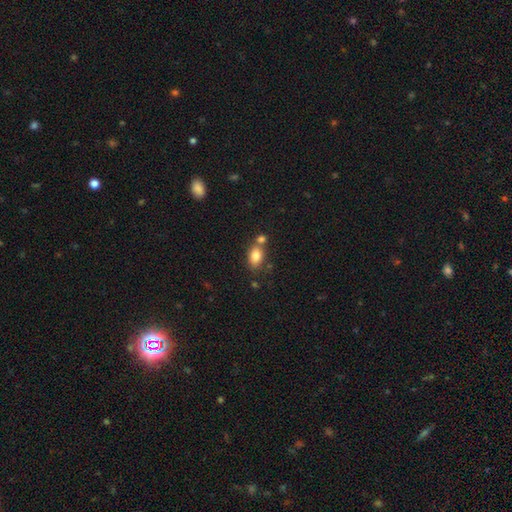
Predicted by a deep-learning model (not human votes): smooth 82%, star or artifact 9%, featured or disk 9%. Down the decision tree: how rounded — in between (80%); merging — none (55%).